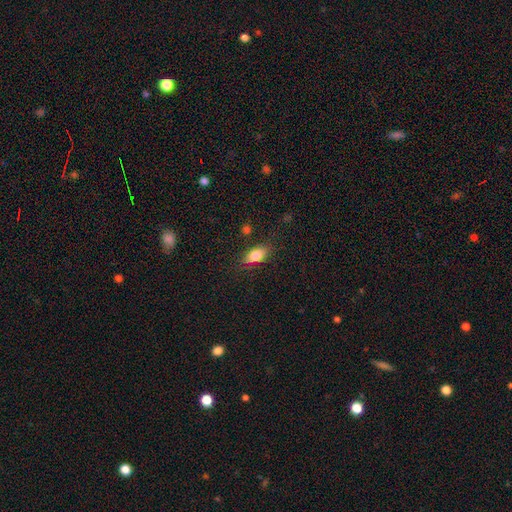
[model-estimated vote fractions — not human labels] The model was most divided on "merging": none: 79%, minor disturbance: 15%, major disturbance: 4%, merger: 3%. More confident: how rounded — in between (84%); smooth or featured — smooth (79%).